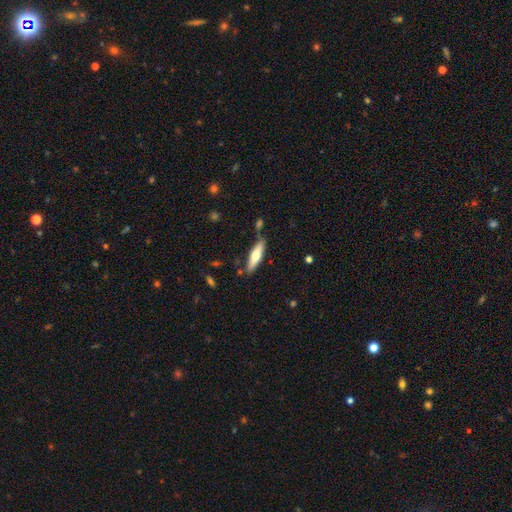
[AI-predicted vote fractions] Q: Smooth or featured?
A: smooth (59%); runner-up: featured or disk (35%)
Q: How rounded?
A: cigar-shaped (66%); runner-up: in between (33%)
Q: Merging?
A: none (75%); runner-up: minor disturbance (15%)